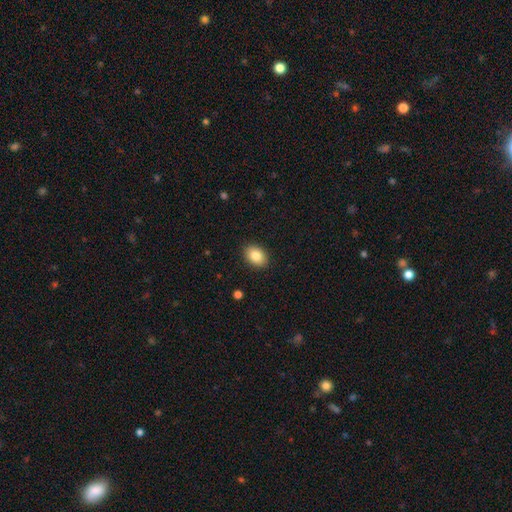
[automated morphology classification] A smooth galaxy with no disk features (84%) that is in between round and cigar-shaped (75%). Merging: none (90%).